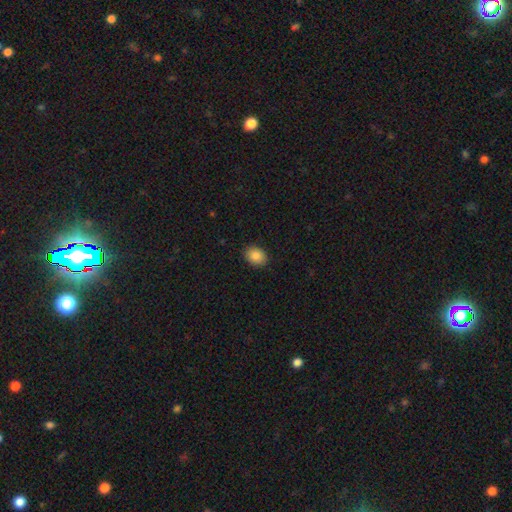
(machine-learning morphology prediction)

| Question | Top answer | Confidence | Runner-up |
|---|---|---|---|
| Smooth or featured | smooth | 85% | star or artifact (9%) |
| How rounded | in between | 63% | round (36%) |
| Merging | none | 89% | minor disturbance (8%) |